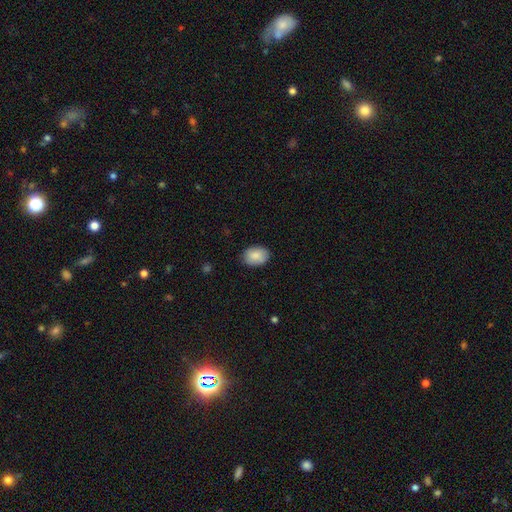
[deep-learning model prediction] The model was most divided on "how rounded": in between: 76%, round: 23%, cigar-shaped: 1%. More confident: smooth or featured — smooth (87%); merging — none (83%).